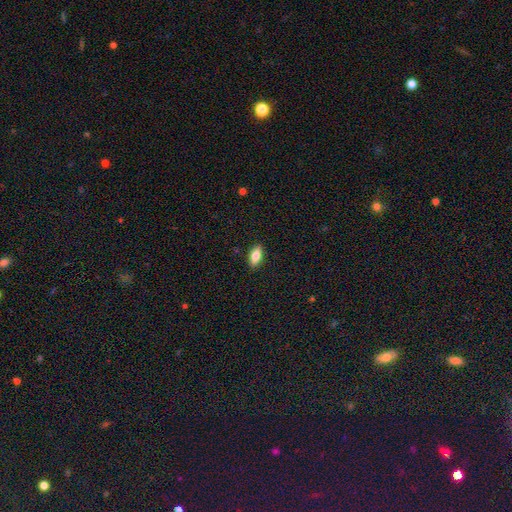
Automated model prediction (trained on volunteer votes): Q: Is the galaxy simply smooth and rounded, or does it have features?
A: smooth — 73%.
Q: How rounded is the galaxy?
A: in between — 82%.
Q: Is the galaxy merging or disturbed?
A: none — 89%.